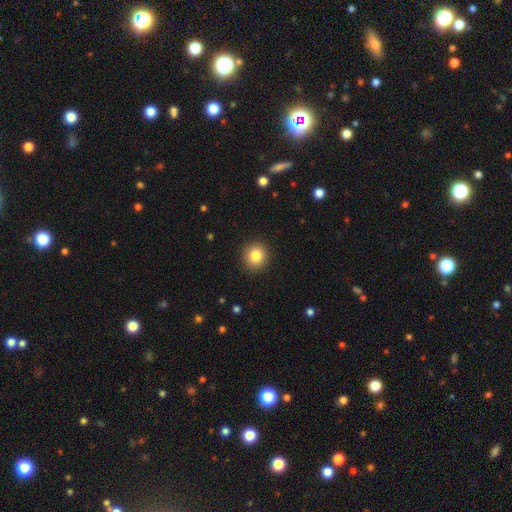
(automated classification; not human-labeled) Smooth or featured? Predicted: smooth (p=0.84). How rounded? Predicted: round (p=0.90). Merging? Predicted: none (p=0.92).